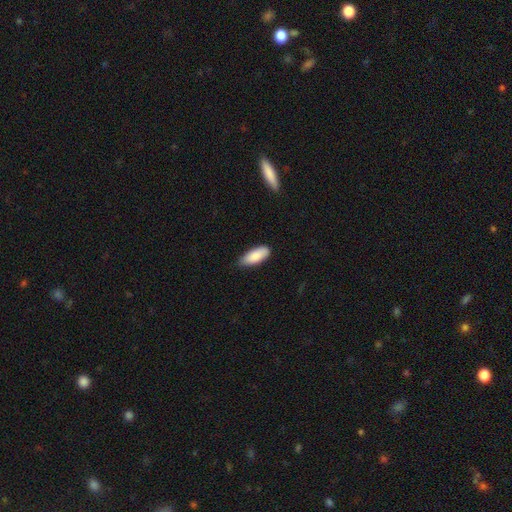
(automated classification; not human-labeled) Smooth or featured? smooth (87%)
How rounded? in between (83%)
Merging? none (76%)